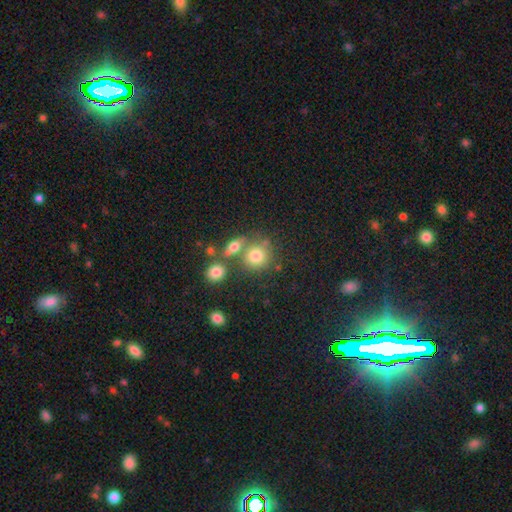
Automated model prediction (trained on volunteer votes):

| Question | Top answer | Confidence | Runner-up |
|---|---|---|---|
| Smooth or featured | smooth | 76% | star or artifact (13%) |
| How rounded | round | 81% | in between (18%) |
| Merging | none | 57% | merger (26%) |